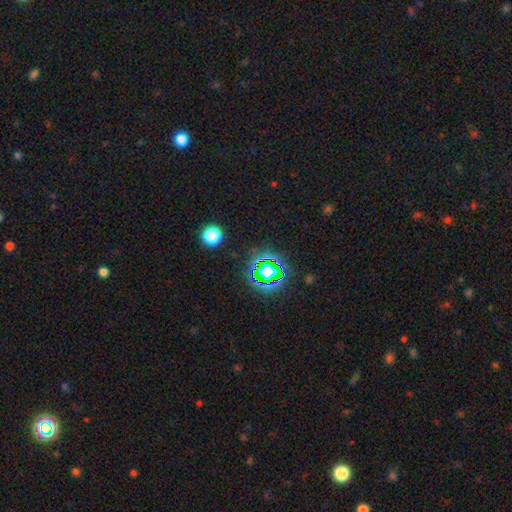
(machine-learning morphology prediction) The model was most divided on "smooth or featured": star or artifact: 76%, smooth: 16%, featured or disk: 8%.